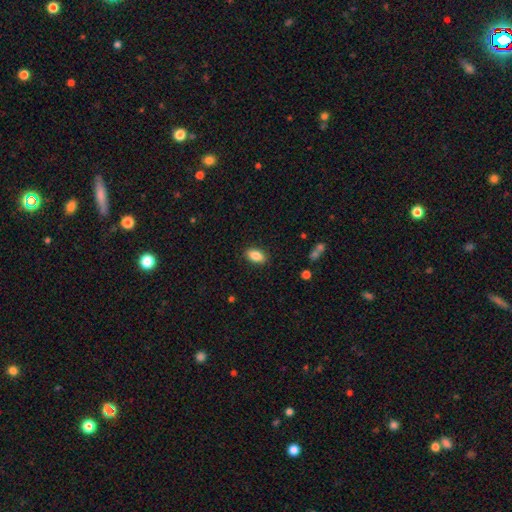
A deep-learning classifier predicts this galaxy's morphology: type=smooth (86%); roundness=in between (91%); merging=none (89%).